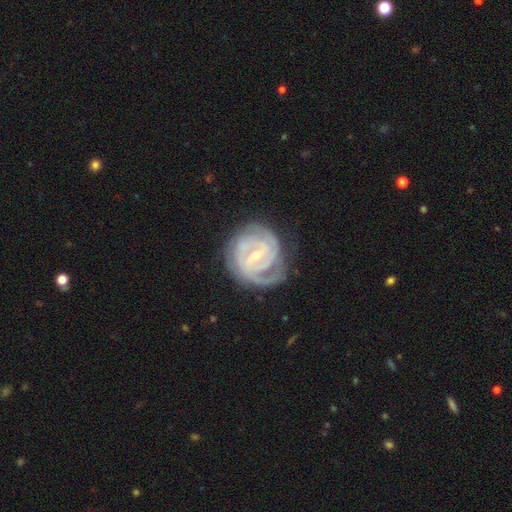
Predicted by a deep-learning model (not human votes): Overall: featured or disk (90%). Edge-on disk: no (97%). Bar: weak (49%; strong 32%). Spiral arms: yes (98%). Spiral arm count: 2 (32%; 3 29%). Spiral winding: tight (76%). Bulge size: small (65%; moderate 32%). Merging: none (71%).